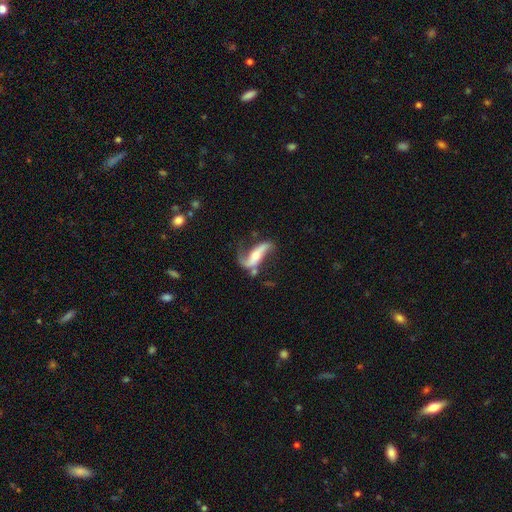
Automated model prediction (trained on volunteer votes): Q: Smooth or featured?
A: featured or disk (78%); runner-up: smooth (16%)
Q: Edge-on disk?
A: no (85%); runner-up: yes (15%)
Q: Bar?
A: no (40%); runner-up: strong (33%)
Q: Spiral arms?
A: yes (91%); runner-up: no (9%)
Q: Spiral winding?
A: loose (77%); runner-up: medium (17%)
Q: Spiral arm count?
A: 2 (85%); runner-up: 1 (8%)
Q: Bulge size?
A: moderate (49%); runner-up: small (37%)
Q: Merging?
A: none (49%); runner-up: minor disturbance (22%)